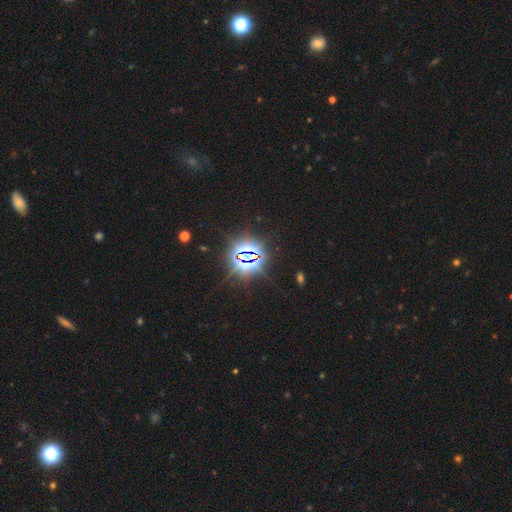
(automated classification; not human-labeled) Overall: star or artifact (83%).